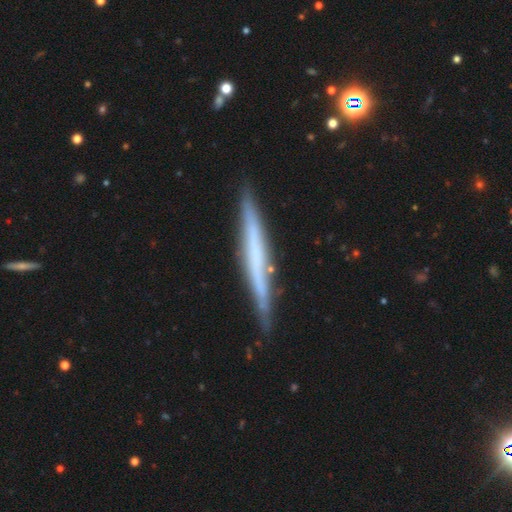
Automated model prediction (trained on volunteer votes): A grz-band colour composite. It shows a featured or disk galaxy (62%) viewed edge-on (95%) with no central bulge (79%). Merging: none (82%).